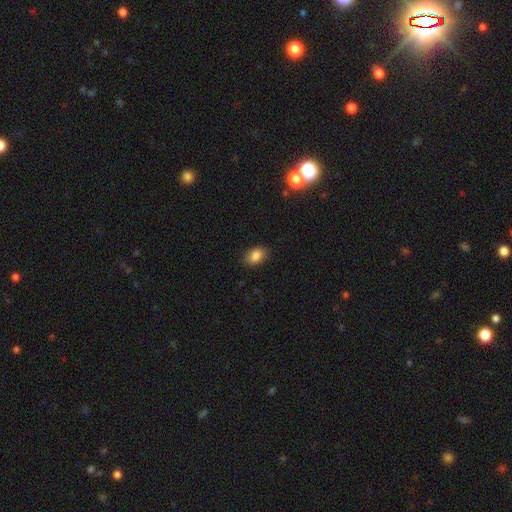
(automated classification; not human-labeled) smooth-or-featured: smooth: 84% | star or artifact: 9% | featured or disk: 6%
  how-rounded: in between: 83% | round: 16% | cigar-shaped: 2%
  merging: none: 84% | minor disturbance: 13% | major disturbance: 3% | merger: 1%